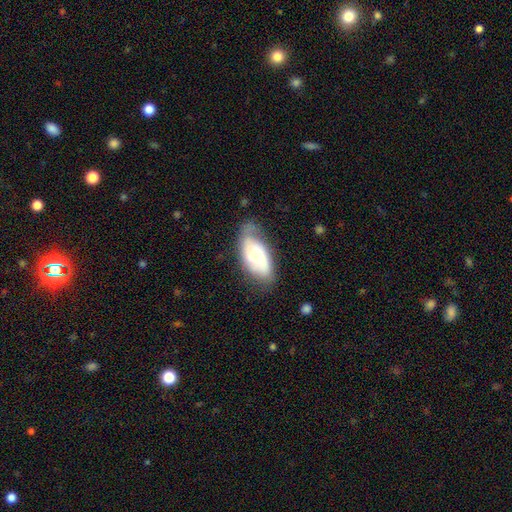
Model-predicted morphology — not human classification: A smooth galaxy with no disk features (48%).

Vote fractions:
- Smooth or featured? smooth: 48% / featured or disk: 45% / star or artifact: 7%
- Merging? none: 55% / minor disturbance: 31% / major disturbance: 11% / merger: 3%